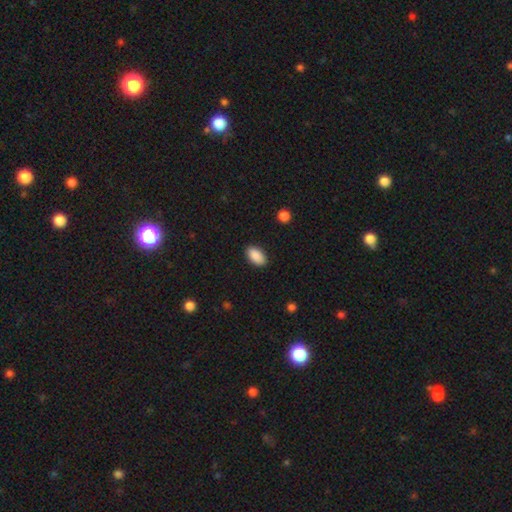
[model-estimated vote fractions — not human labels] smooth_or_featured: smooth (p=0.90) [alt: star or artifact p=0.07]
how_rounded: in between (p=0.94) [alt: round p=0.04]
merging: none (p=0.88) [alt: minor disturbance p=0.08]